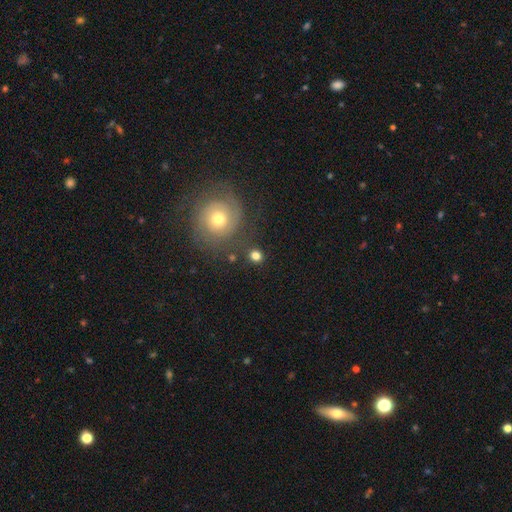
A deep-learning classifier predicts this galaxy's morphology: A smooth galaxy with no disk features (73%) that is round (85%). Merging: none (79%).